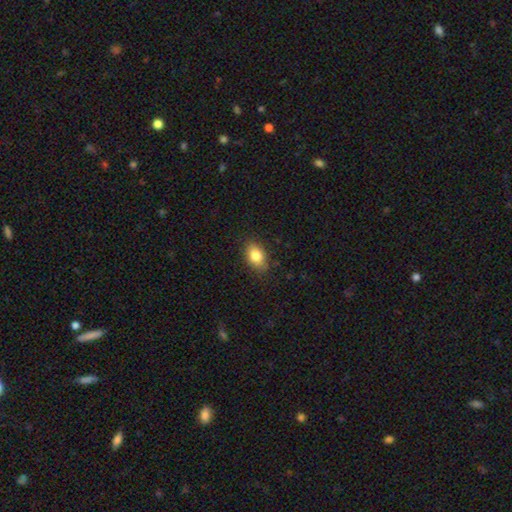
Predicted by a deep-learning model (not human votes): Smooth or featured? smooth (83%)
How rounded? in between (85%)
Merging? none (83%)